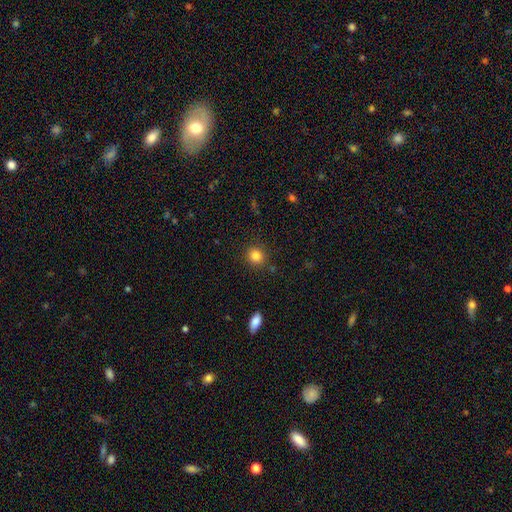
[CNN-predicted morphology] A smooth galaxy with no disk features (84%) that is round (84%). Merging: none (87%).